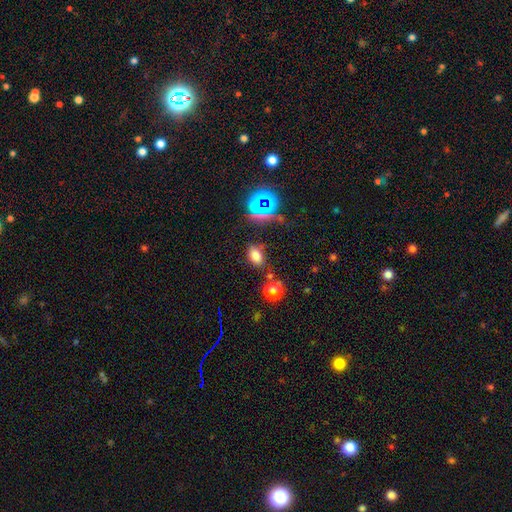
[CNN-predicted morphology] smooth-or-featured: smooth: 68% | star or artifact: 24% | featured or disk: 8%
  how-rounded: in between: 86% | round: 11% | cigar-shaped: 3%
  merging: none: 76% | minor disturbance: 13% | merger: 7% | major disturbance: 5%